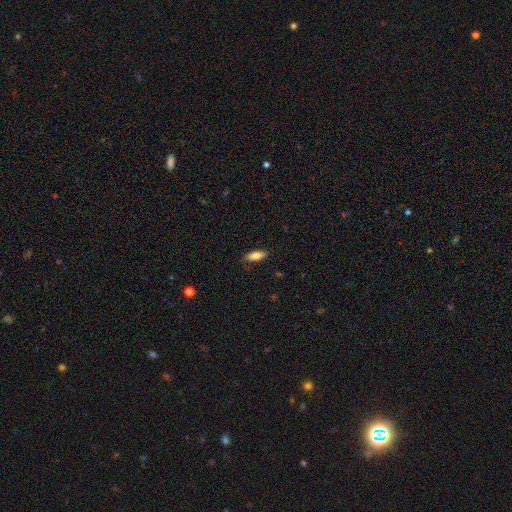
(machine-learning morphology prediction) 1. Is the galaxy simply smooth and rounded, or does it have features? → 78% smooth, 16% featured or disk, 7% star or artifact.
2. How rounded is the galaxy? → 65% in between, 33% cigar-shaped, 2% round.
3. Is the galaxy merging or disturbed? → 84% none, 13% minor disturbance, 2% major disturbance, 1% merger.